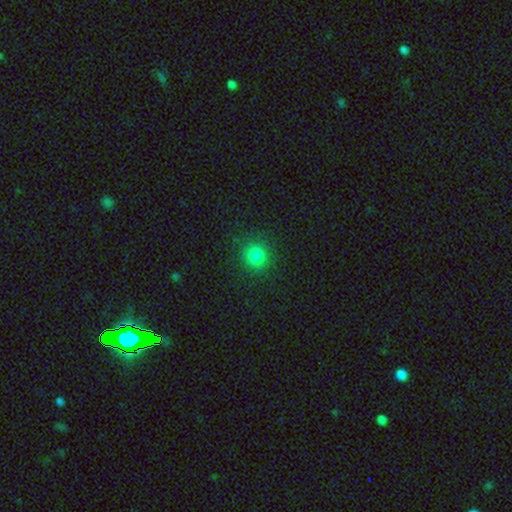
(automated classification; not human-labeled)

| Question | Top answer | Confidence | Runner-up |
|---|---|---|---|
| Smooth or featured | smooth | 82% | star or artifact (14%) |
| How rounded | round | 90% | in between (9%) |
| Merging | none | 88% | minor disturbance (8%) |